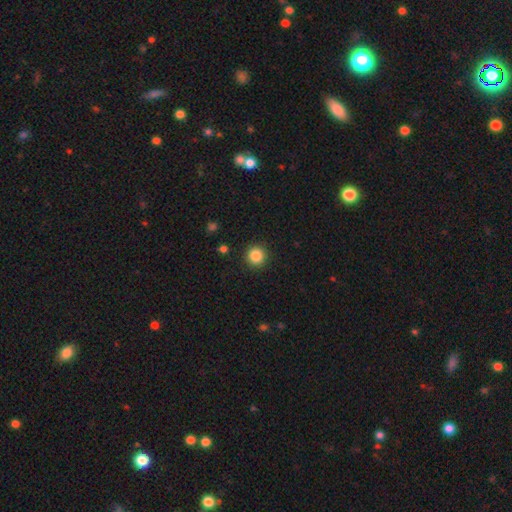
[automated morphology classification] Smooth or featured? Predicted: smooth (p=0.85). How rounded? Predicted: round (p=0.94). Merging? Predicted: none (p=0.92).